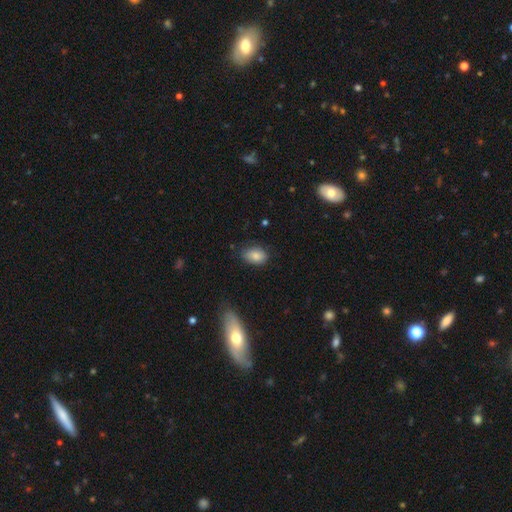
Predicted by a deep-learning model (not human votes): smooth 85%, star or artifact 8%, featured or disk 7%. Down the decision tree: how rounded — in between (86%); merging — none (72%).